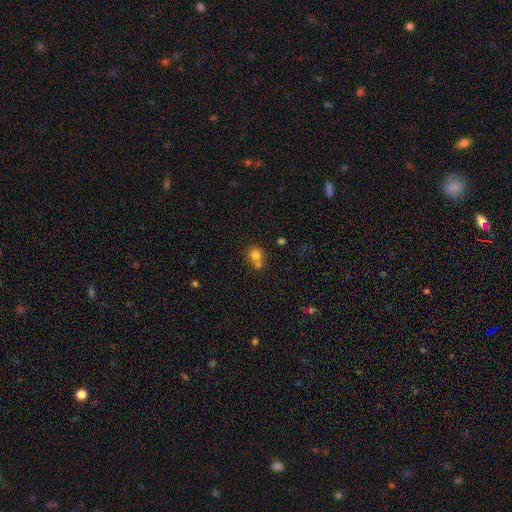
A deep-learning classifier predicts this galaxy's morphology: Smooth or featured?
  - smooth: 77% *
  - star or artifact: 13%
  - featured or disk: 10%
How rounded?
  - round: 84% *
  - in between: 15%
  - cigar-shaped: 1%
Merging?
  - none: 45% *
  - merger: 44%
  - minor disturbance: 8%
  - major disturbance: 3%